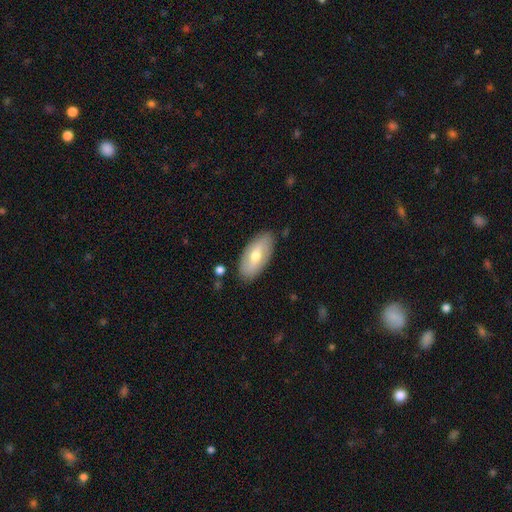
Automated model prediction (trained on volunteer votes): smooth-or-featured: smooth: 56% | featured or disk: 38% | star or artifact: 6%
  how-rounded: in between: 90% | cigar-shaped: 7% | round: 3%
  merging: none: 85% | minor disturbance: 11% | major disturbance: 2% | merger: 2%